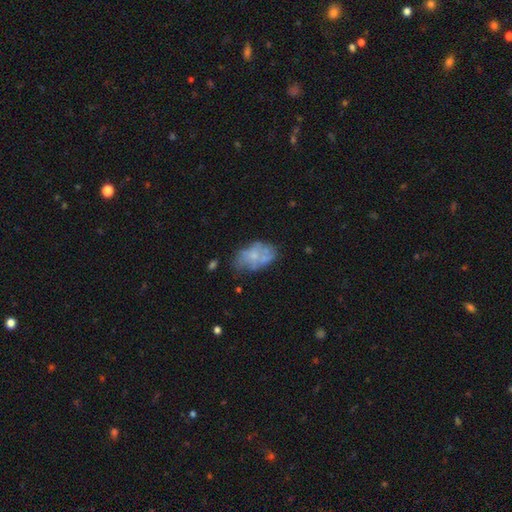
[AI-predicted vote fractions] smooth-or-featured: featured or disk: 47% | smooth: 44% | star or artifact: 9%
  merging: none: 47% | minor disturbance: 27% | major disturbance: 15% | merger: 11%